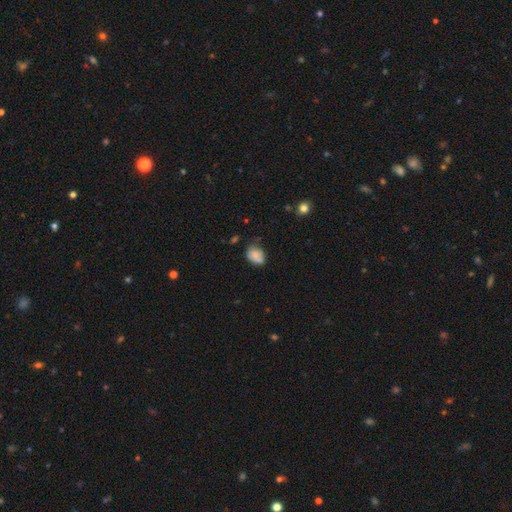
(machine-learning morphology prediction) Smooth or featured?
  - smooth: 78% *
  - featured or disk: 13%
  - star or artifact: 9%
How rounded?
  - in between: 73% *
  - round: 25%
  - cigar-shaped: 1%
Merging?
  - none: 55% *
  - minor disturbance: 34%
  - major disturbance: 7%
  - merger: 4%